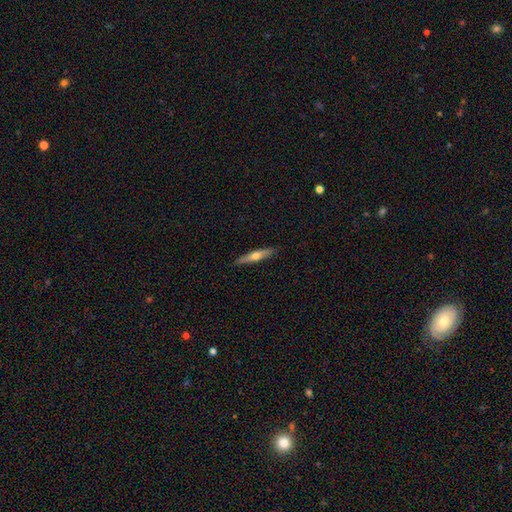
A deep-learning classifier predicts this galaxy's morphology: smooth_or_featured: featured or disk (p=0.47) [tied with: smooth p=0.47]
merging: none (p=0.89) [alt: minor disturbance p=0.09]